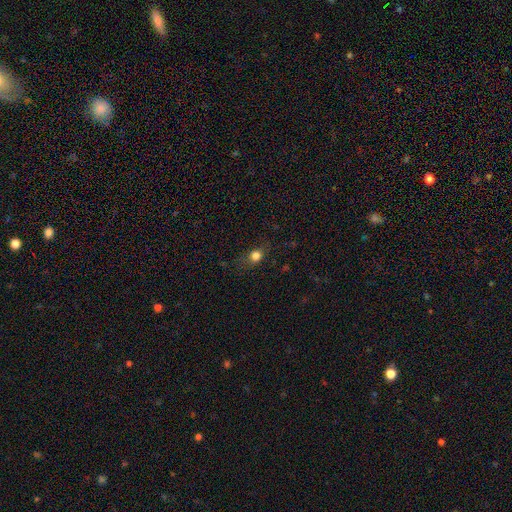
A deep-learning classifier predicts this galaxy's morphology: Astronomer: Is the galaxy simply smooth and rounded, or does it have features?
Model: smooth — 74%.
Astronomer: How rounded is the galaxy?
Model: round — 60% (runner-up: in between, 35%).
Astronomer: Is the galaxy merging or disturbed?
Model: none — 73%.